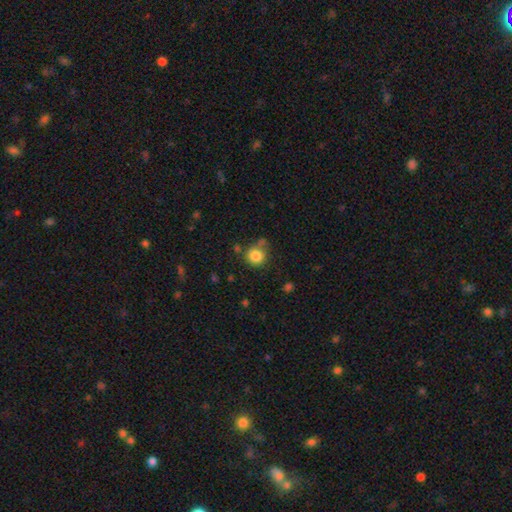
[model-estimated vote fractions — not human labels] This is clearly a smooth galaxy (84%). How rounded: clearly round (89%). Merging: likely none (66%).